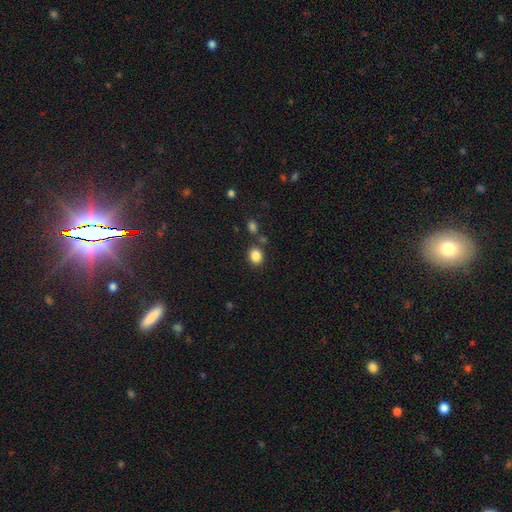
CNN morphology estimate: A smooth galaxy with no disk features (86%) that is round (60%).

Vote fractions:
- Smooth or featured? smooth: 86% / star or artifact: 10% / featured or disk: 4%
- How rounded? round: 60% / in between: 39% / cigar-shaped: 1%
- Merging? none: 78% / minor disturbance: 10% / merger: 9% / major disturbance: 3%